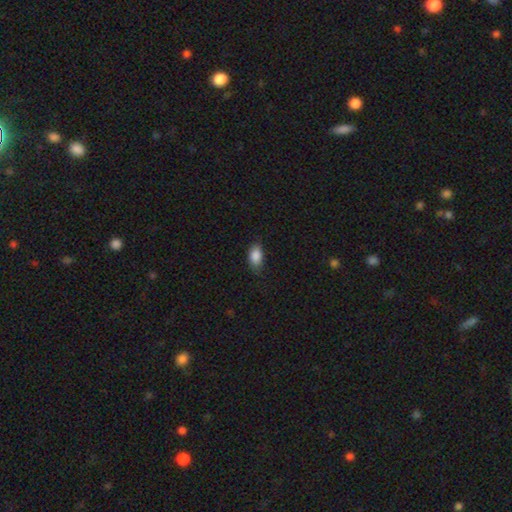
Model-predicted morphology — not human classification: The model was most divided on "merging": none: 79%, minor disturbance: 17%, major disturbance: 3%, merger: 1%. More confident: how rounded — in between (91%); smooth or featured — smooth (88%).